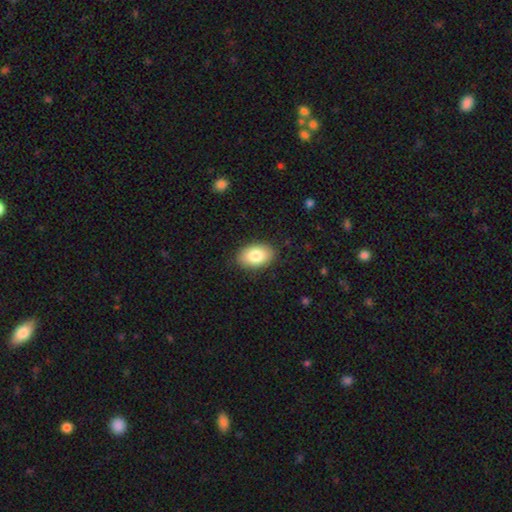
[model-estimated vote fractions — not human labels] This is clearly a smooth galaxy (83%). How rounded: clearly in between (91%). Merging: clearly none (87%).